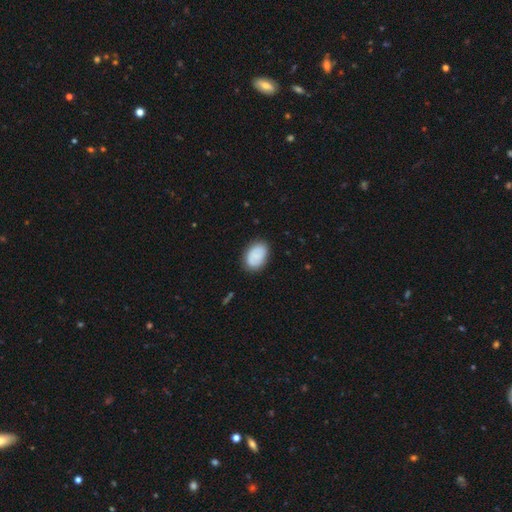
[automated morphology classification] type=smooth (80%); roundness=in between (85%); merging=none (83%).